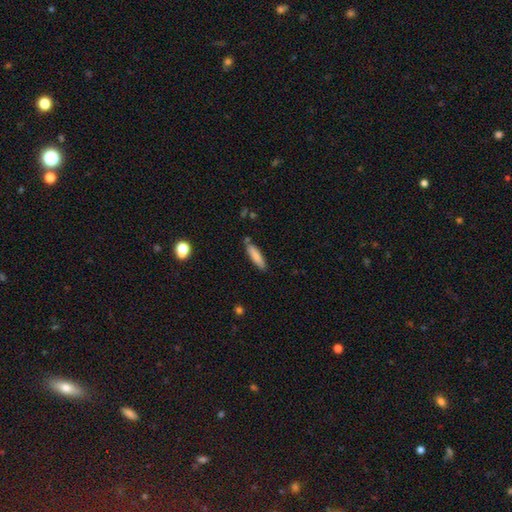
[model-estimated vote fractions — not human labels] smooth 82%, featured or disk 11%, star or artifact 6%. Down the decision tree: how rounded — cigar-shaped (74%); merging — none (81%).